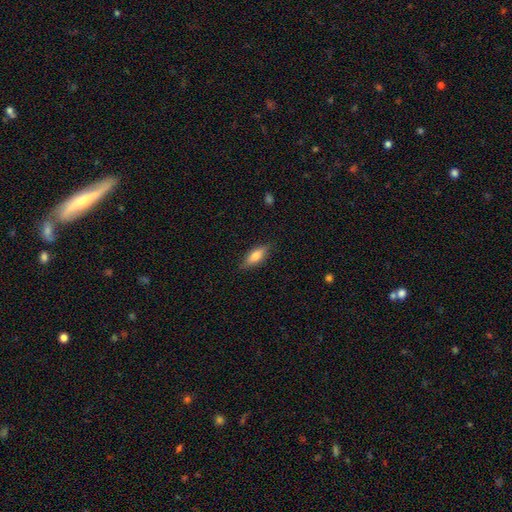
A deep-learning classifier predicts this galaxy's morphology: Smooth or featured? smooth (69%)
How rounded? in between (63%)
Merging? none (84%)